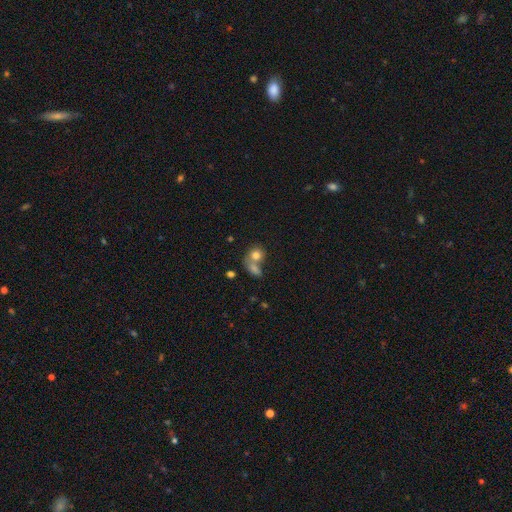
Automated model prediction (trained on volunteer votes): This appears to be a smooth galaxy with no disk features (77%) that is round (69%). Merging: merger (53%).